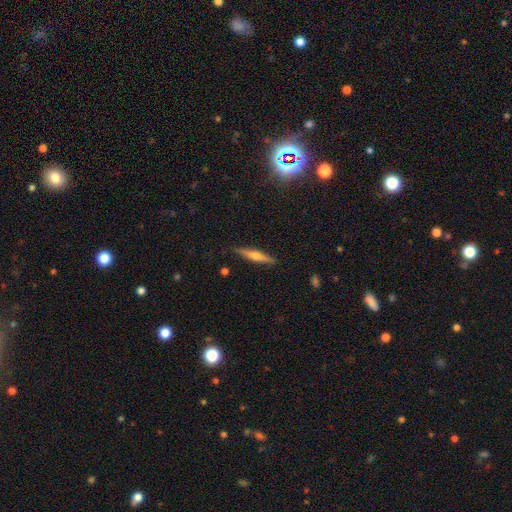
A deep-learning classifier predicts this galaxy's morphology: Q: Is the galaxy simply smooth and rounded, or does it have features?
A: featured or disk — 54%.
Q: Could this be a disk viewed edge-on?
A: yes — 96%.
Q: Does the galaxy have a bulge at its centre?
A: rounded — 82%.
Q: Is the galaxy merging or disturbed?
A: none — 89%.